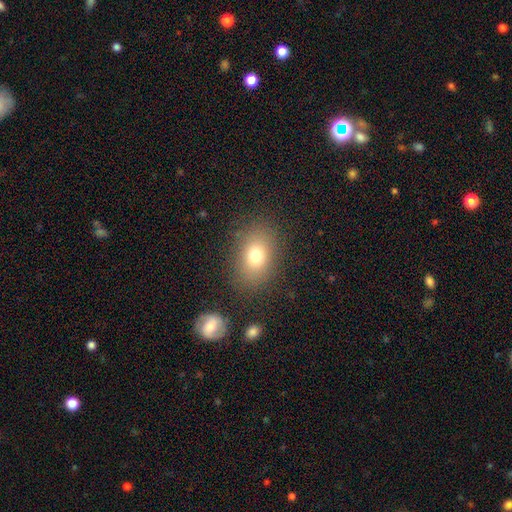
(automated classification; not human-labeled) Q: Smooth or featured?
A: smooth (75%); runner-up: featured or disk (13%)
Q: How rounded?
A: in between (75%); runner-up: round (24%)
Q: Merging?
A: none (82%); runner-up: minor disturbance (11%)